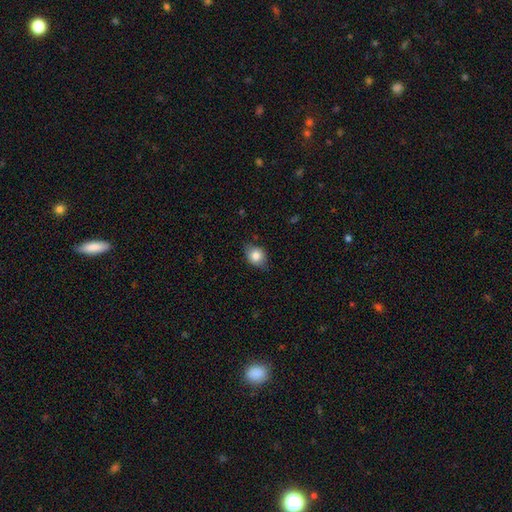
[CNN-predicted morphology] Smooth or featured? Predicted: smooth (p=0.79). How rounded? Predicted: in between (p=0.61). Merging? Predicted: none (p=0.75).